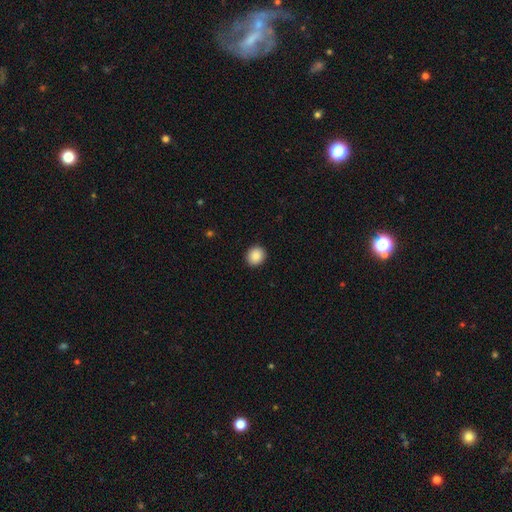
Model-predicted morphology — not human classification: Smooth or featured? smooth (89%)
How rounded? round (79%)
Merging? none (92%)